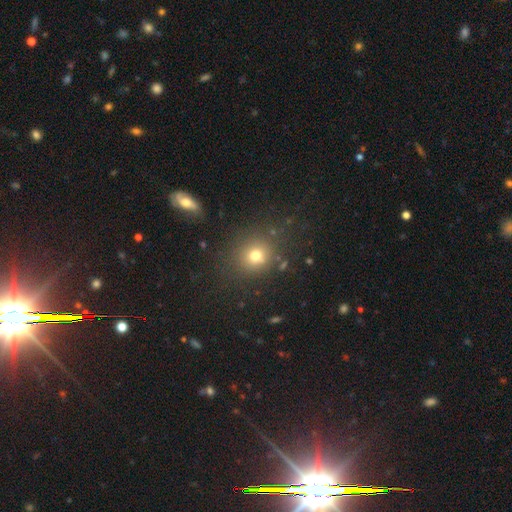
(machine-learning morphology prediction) smooth_or_featured: smooth (p=0.73) [alt: star or artifact p=0.18]
how_rounded: round (p=0.81) [alt: in between p=0.18]
merging: none (p=0.80) [alt: minor disturbance p=0.10]